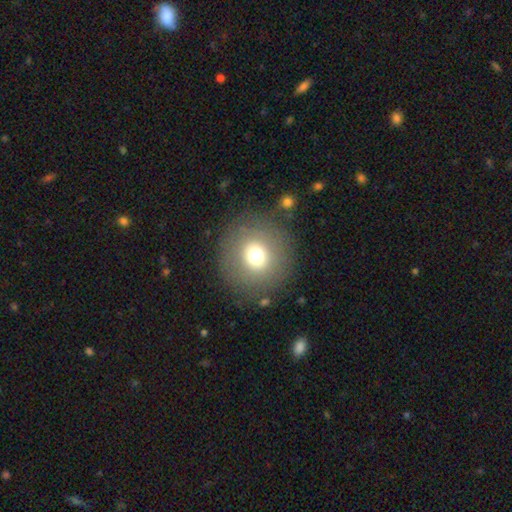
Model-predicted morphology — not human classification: A smooth galaxy with no disk features (71%) that is round (94%). Merging: none (85%).